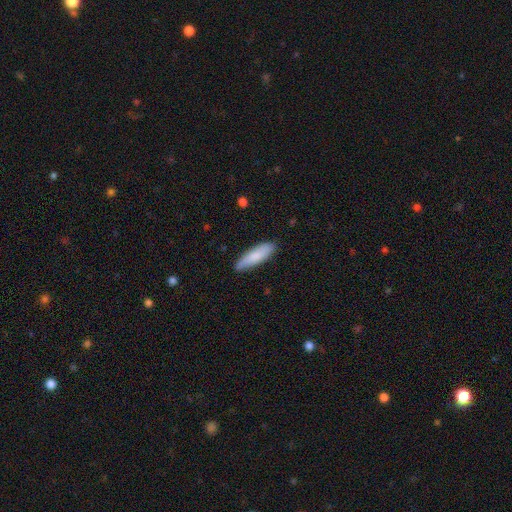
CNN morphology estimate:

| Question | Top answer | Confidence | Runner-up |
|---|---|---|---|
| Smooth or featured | smooth | 82% | featured or disk (13%) |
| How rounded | cigar-shaped | 62% | in between (36%) |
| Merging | none | 85% | minor disturbance (12%) |